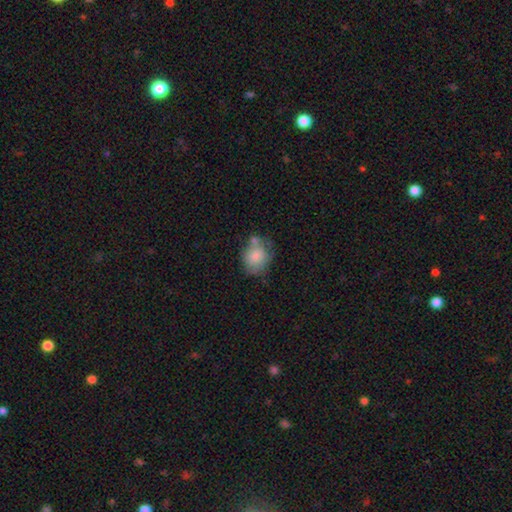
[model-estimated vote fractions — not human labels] smooth 76%, featured or disk 16%, star or artifact 8%. Down the decision tree: how rounded — round (57%); merging — none (44%).